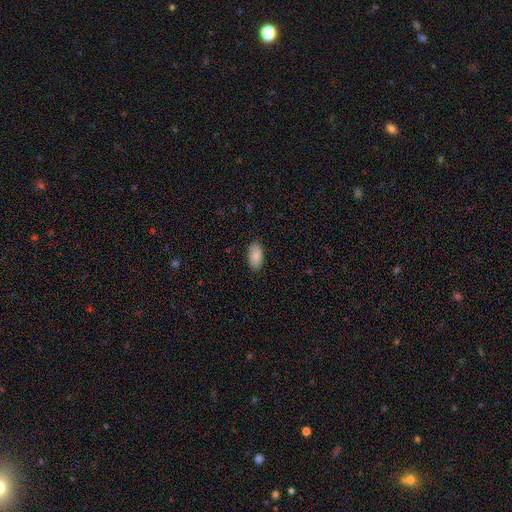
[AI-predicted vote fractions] Smooth or featured: smooth — 88% (star or artifact — 6%)
How rounded: in between — 94% (cigar-shaped — 3%)
Merging: none — 88% (minor disturbance — 9%)